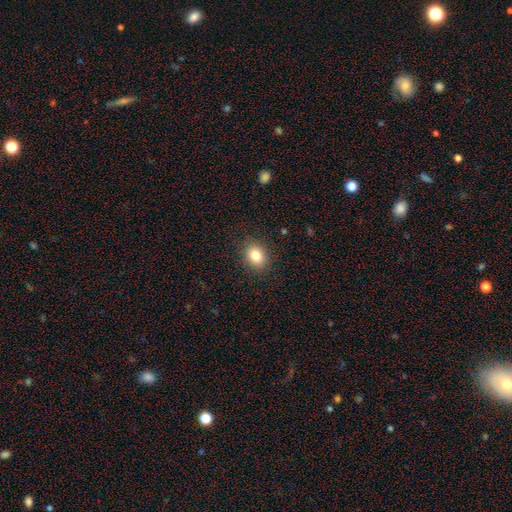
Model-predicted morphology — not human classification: This is clearly a smooth galaxy (83%). How rounded: likely in between (63%). Merging: clearly none (87%).